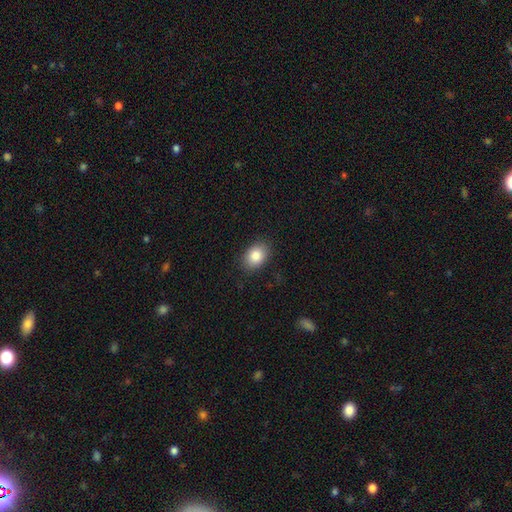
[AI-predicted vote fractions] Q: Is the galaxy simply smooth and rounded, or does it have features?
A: smooth — 85%.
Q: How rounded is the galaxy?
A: in between — 73%.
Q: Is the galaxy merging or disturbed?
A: none — 86%.